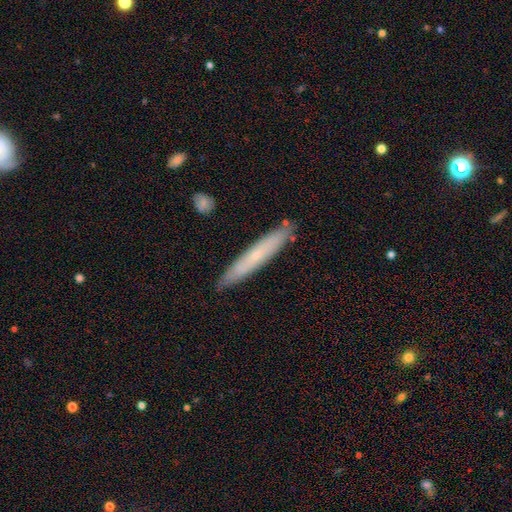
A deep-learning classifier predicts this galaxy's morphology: Smooth or featured? Predicted: smooth (p=0.52). How rounded? Predicted: cigar-shaped (p=0.93). Merging? Predicted: none (p=0.87).